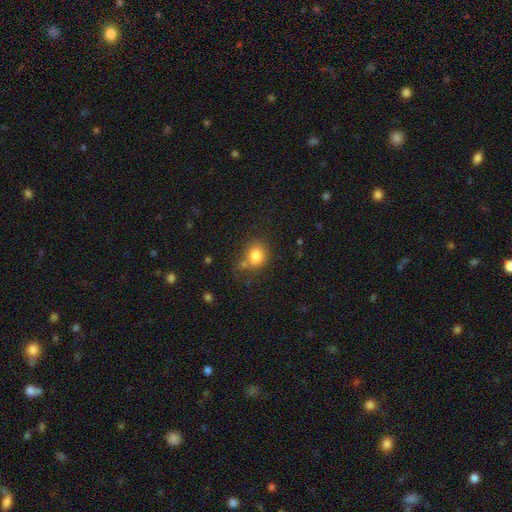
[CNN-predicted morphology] type=smooth (81%); roundness=round (57%); merging=none (59%).